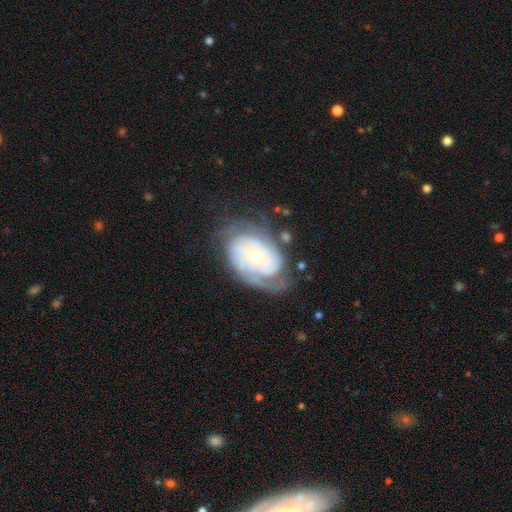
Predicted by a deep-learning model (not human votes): Smooth or featured?
  - featured or disk: 87% *
  - smooth: 8%
  - star or artifact: 5%
Edge-on disk?
  - no: 96% *
  - yes: 4%
Bar?
  - no: 70% *
  - weak: 23%
  - strong: 7%
Spiral arms?
  - yes: 95% *
  - no: 5%
Spiral winding?
  - tight: 72% *
  - medium: 22%
  - loose: 6%
Spiral arm count?
  - 2: 33% *
  - can't tell: 31%
  - 3: 18%
  - 4: 6%
  - 1: 6%
  - more than 4: 4%
Bulge size?
  - moderate: 64% *
  - small: 31%
  - large: 4%
  - none: 1%
  - dominant: 1%
Merging?
  - none: 64% *
  - minor disturbance: 21%
  - major disturbance: 12%
  - merger: 2%